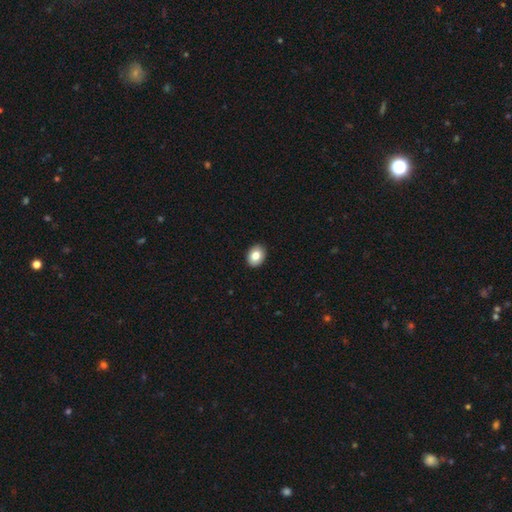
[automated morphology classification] smooth 82%, featured or disk 10%, star or artifact 8%. Down the decision tree: how rounded — in between (61%); merging — none (91%).